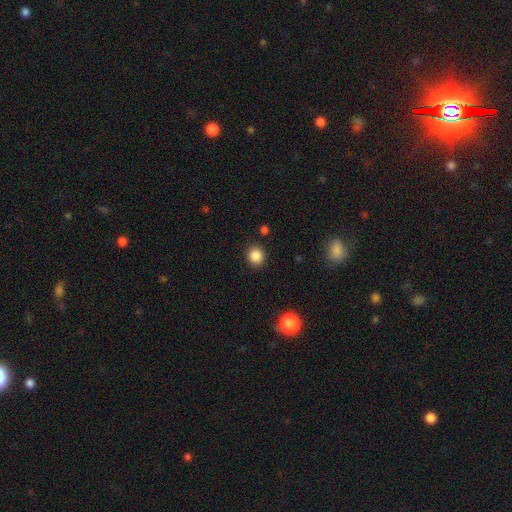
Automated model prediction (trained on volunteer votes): Smooth or featured?
  - smooth: 86% *
  - star or artifact: 11%
  - featured or disk: 4%
How rounded?
  - round: 87% *
  - in between: 12%
  - cigar-shaped: 1%
Merging?
  - none: 89% *
  - minor disturbance: 6%
  - major disturbance: 2%
  - merger: 2%